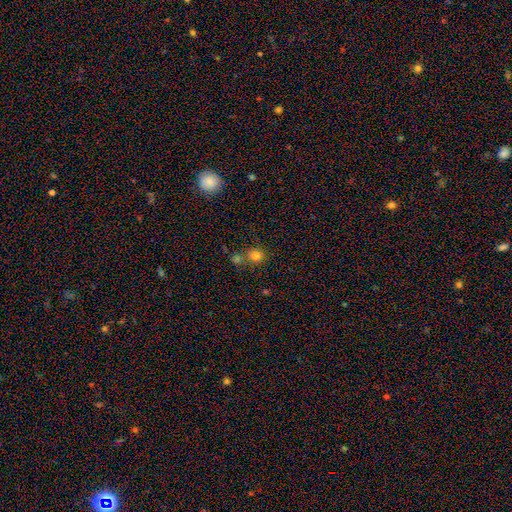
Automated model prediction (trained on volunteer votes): Smooth or featured?
  - smooth: 79% *
  - star or artifact: 15%
  - featured or disk: 7%
How rounded?
  - round: 85% *
  - in between: 15%
  - cigar-shaped: 1%
Merging?
  - none: 66% *
  - merger: 21%
  - minor disturbance: 10%
  - major disturbance: 4%